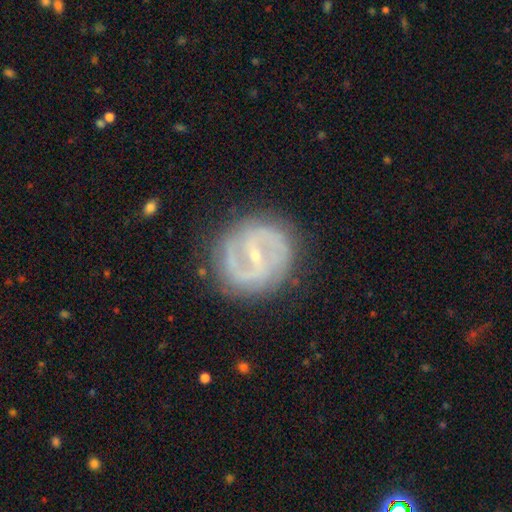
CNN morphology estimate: Smooth or featured? Predicted: featured or disk (p=0.84). Edge-on disk? Predicted: no (p=0.97). Bar? Predicted: weak (p=0.43). Spiral arms? Predicted: yes (p=0.88). Spiral winding? Predicted: medium (p=0.46). Spiral arm count? Predicted: 2 (p=0.77). Bulge size? Predicted: small (p=0.78). Merging? Predicted: none (p=0.81).